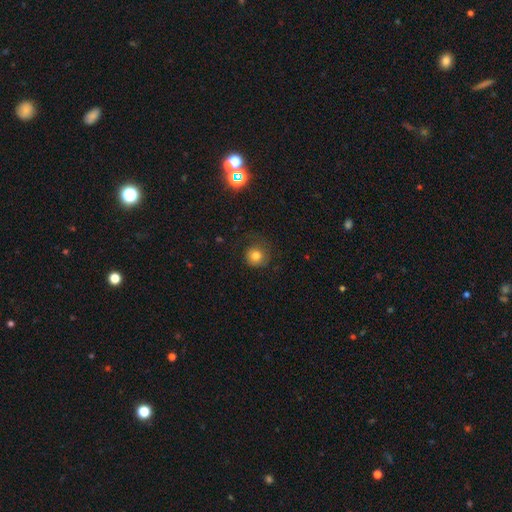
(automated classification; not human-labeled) Q: Smooth or featured?
A: smooth (78%); runner-up: star or artifact (12%)
Q: How rounded?
A: round (91%); runner-up: in between (8%)
Q: Merging?
A: none (71%); runner-up: minor disturbance (17%)